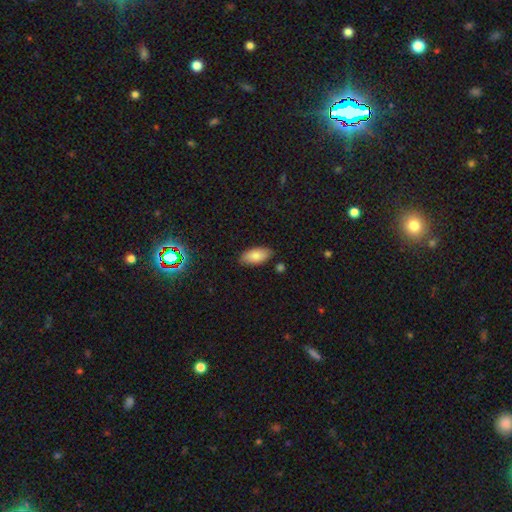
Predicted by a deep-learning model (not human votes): The model was most divided on "merging": none: 84%, minor disturbance: 11%, major disturbance: 2%, merger: 2%. More confident: how rounded — in between (91%); smooth or featured — smooth (84%).